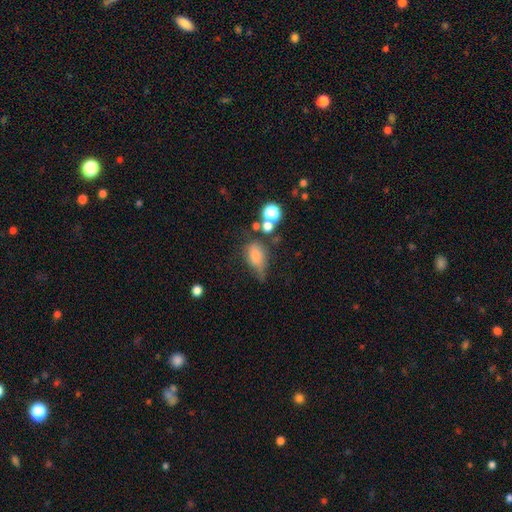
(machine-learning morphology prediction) smooth-or-featured: smooth: 73% | featured or disk: 14% | star or artifact: 13%
  how-rounded: in between: 78% | round: 17% | cigar-shaped: 5%
  merging: none: 36% | minor disturbance: 35% | major disturbance: 20% | merger: 10%